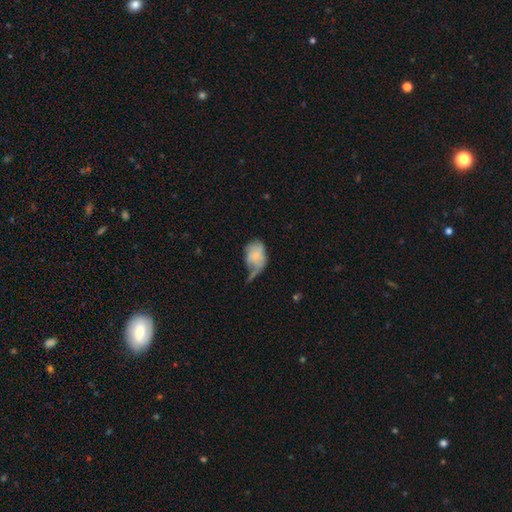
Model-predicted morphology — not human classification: A smooth galaxy with no disk features (60%) that is in between round and cigar-shaped (79%). Merging: major disturbance (41%).